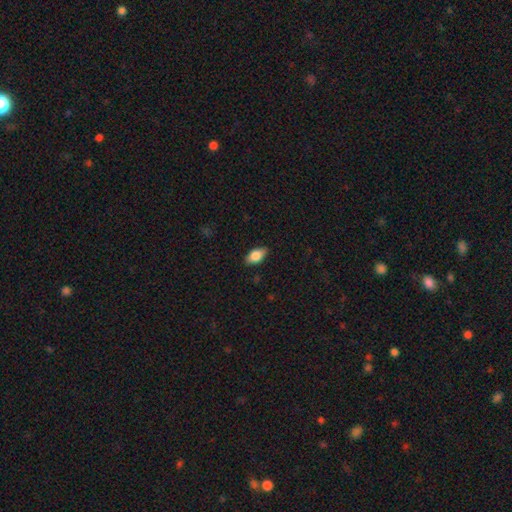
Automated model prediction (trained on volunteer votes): Q: Smooth or featured?
A: smooth (78%); runner-up: featured or disk (15%)
Q: How rounded?
A: in between (89%); runner-up: cigar-shaped (6%)
Q: Merging?
A: none (85%); runner-up: minor disturbance (12%)